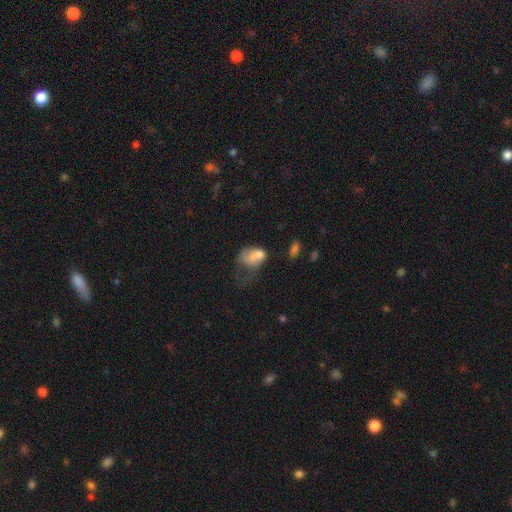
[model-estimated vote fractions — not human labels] Smooth or featured? smooth (64%)
How rounded? in between (74%)
Merging? major disturbance (38%)